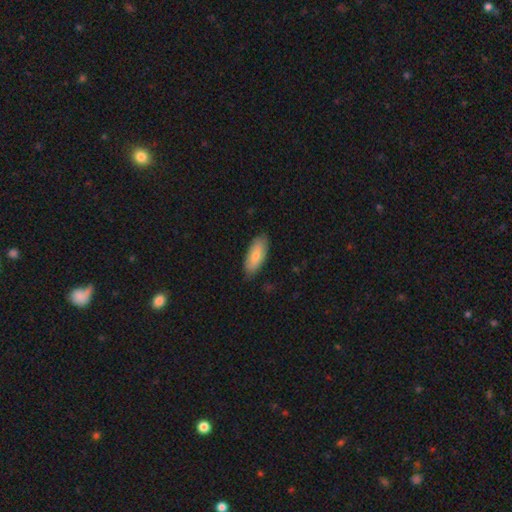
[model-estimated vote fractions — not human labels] smooth 75%, featured or disk 20%, star or artifact 5%. Down the decision tree: how rounded — in between (83%); merging — none (80%).